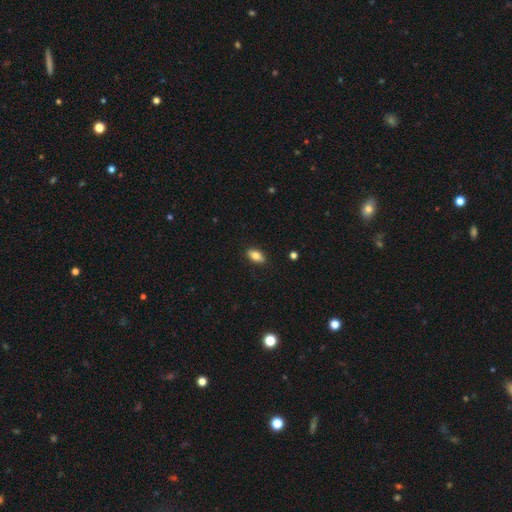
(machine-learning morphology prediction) smooth 81%, featured or disk 12%, star or artifact 8%. Down the decision tree: how rounded — in between (90%); merging — none (88%).